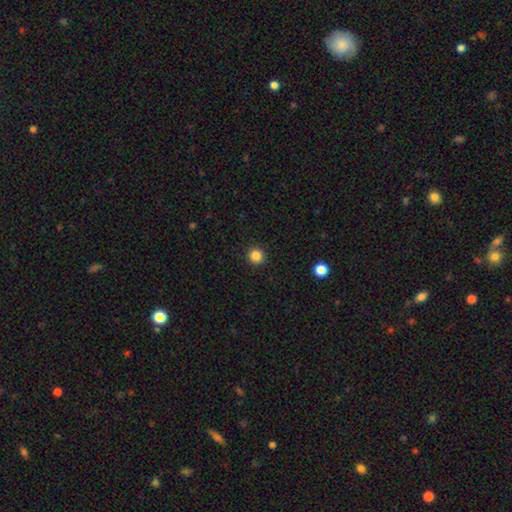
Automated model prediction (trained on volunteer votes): Smooth or featured: smooth — 85% (star or artifact — 12%)
How rounded: round — 95% (in between — 4%)
Merging: none — 93% (minor disturbance — 5%)